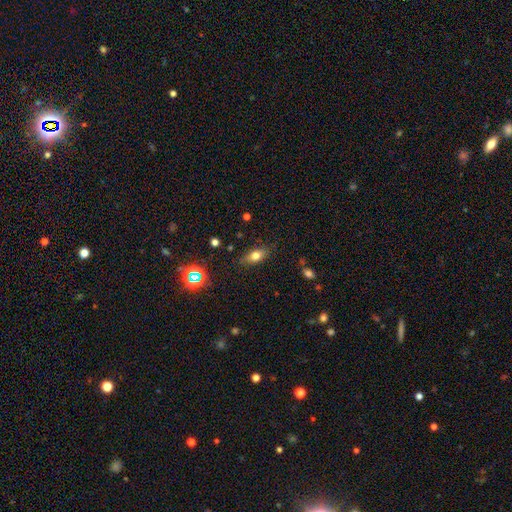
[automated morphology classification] Smooth or featured? smooth (72%)
How rounded? in between (79%)
Merging? none (82%)